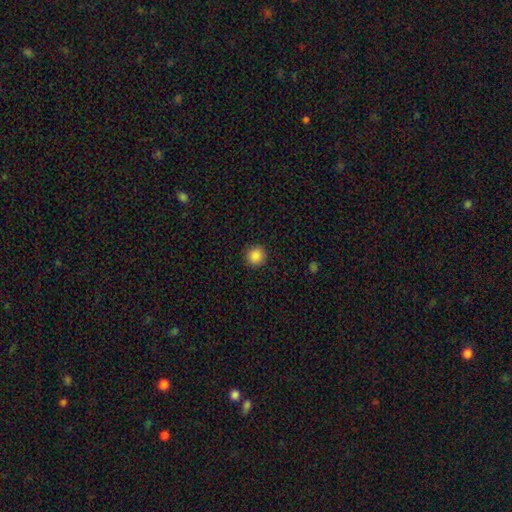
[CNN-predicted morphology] The model was most divided on "smooth or featured": smooth: 88%, star or artifact: 9%, featured or disk: 3%. More confident: how rounded — round (93%); merging — none (92%).